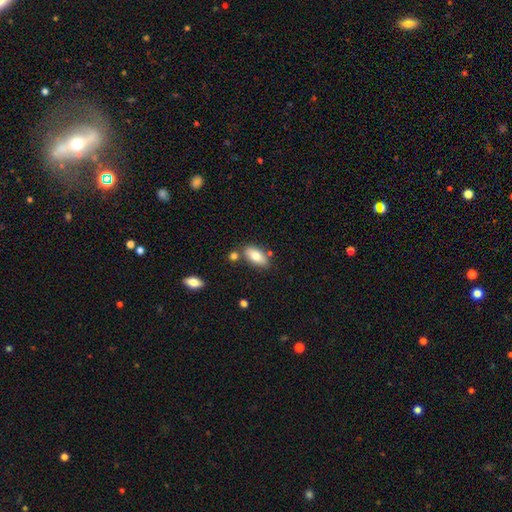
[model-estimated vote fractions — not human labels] This is likely a smooth galaxy (79%). How rounded: clearly in between (87%). Merging: likely none (74%).